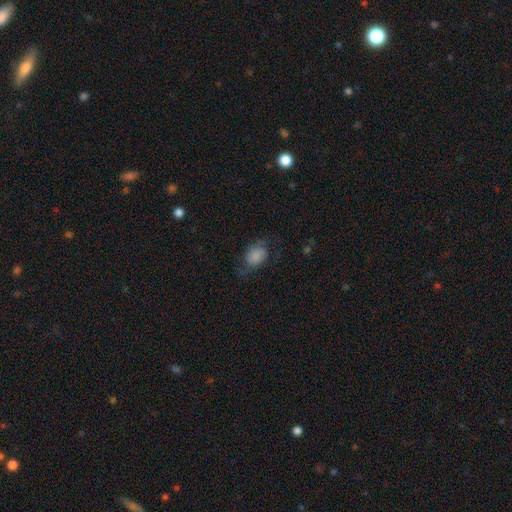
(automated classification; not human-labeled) Morphology: type=smooth (70%); roundness=in between (69%); merging=none (54%).